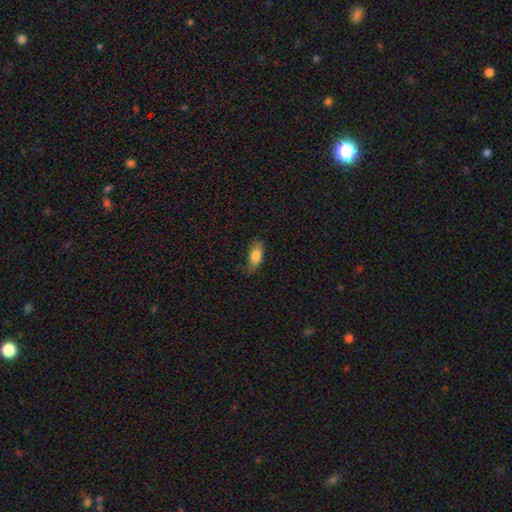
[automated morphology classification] A smooth galaxy with no disk features (81%) that is in between round and cigar-shaped (83%).

Vote fractions:
- Smooth or featured? smooth: 81% / featured or disk: 12% / star or artifact: 7%
- How rounded? in between: 83% / cigar-shaped: 14% / round: 3%
- Merging? none: 75% / minor disturbance: 19% / major disturbance: 4% / merger: 1%